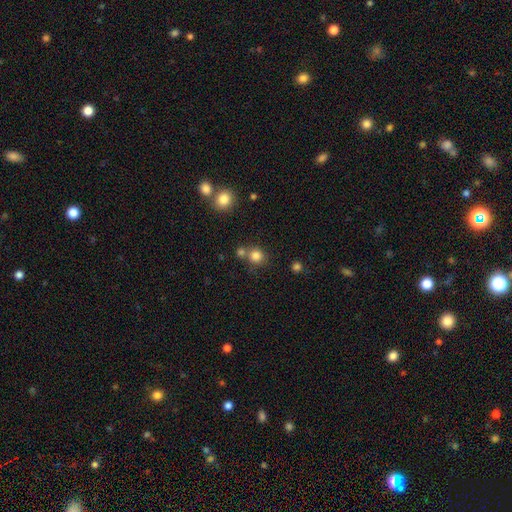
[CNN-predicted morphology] smooth 81%, star or artifact 13%, featured or disk 6%. Down the decision tree: how rounded — round (89%); merging — none (64%).